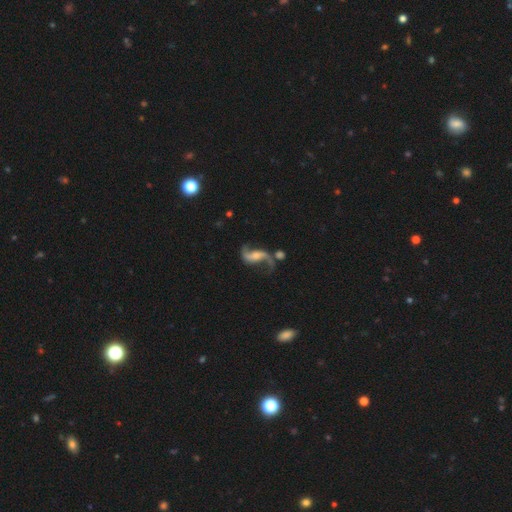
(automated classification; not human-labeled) The model was most divided on "bar": no: 39%, weak: 38%, strong: 24%. Remaining: edge-on disk — no (95%); spiral arms — yes (95%); spiral arm count — 2 (92%); smooth or featured — featured or disk (86%); spiral winding — loose (85%); merging — none (53%); bulge size — small (41%).